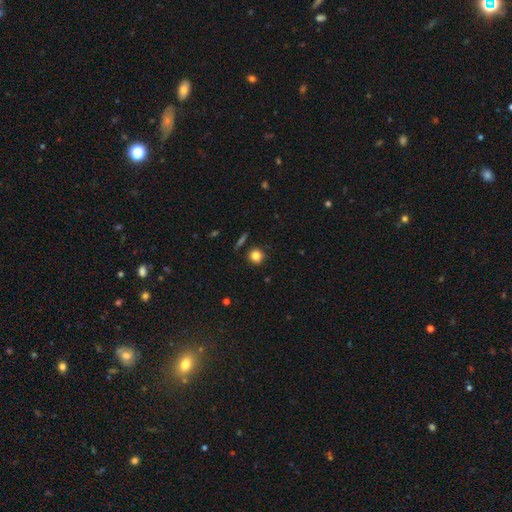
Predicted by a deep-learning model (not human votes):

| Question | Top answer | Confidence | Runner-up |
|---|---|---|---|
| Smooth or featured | smooth | 82% | star or artifact (12%) |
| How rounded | round | 92% | in between (7%) |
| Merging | none | 88% | minor disturbance (7%) |